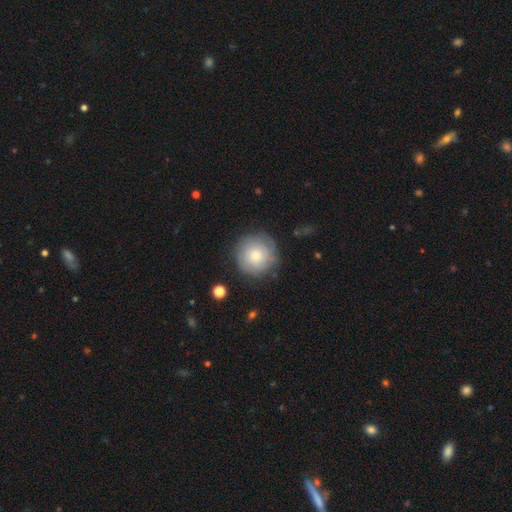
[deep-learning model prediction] Q: Smooth or featured?
A: smooth (59%); runner-up: featured or disk (33%)
Q: How rounded?
A: round (95%); runner-up: in between (4%)
Q: Merging?
A: none (81%); runner-up: minor disturbance (13%)